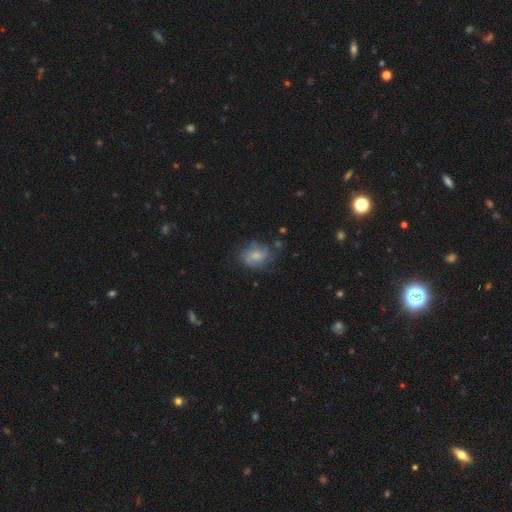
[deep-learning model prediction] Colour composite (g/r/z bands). It shows a featured or disk galaxy (49%). Merging: none (59%).